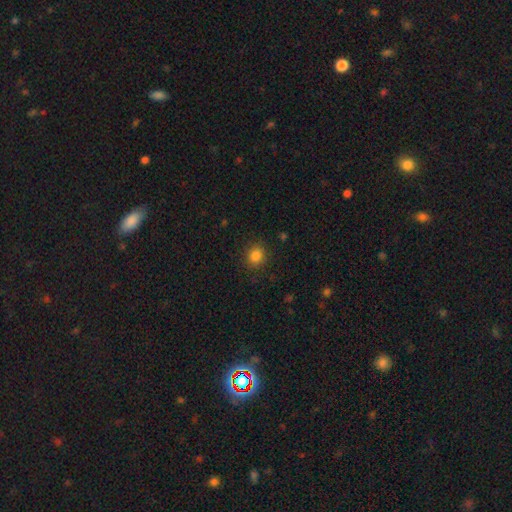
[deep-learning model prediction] Smooth or featured? Predicted: smooth (p=0.84). How rounded? Predicted: round (p=0.77). Merging? Predicted: none (p=0.89).